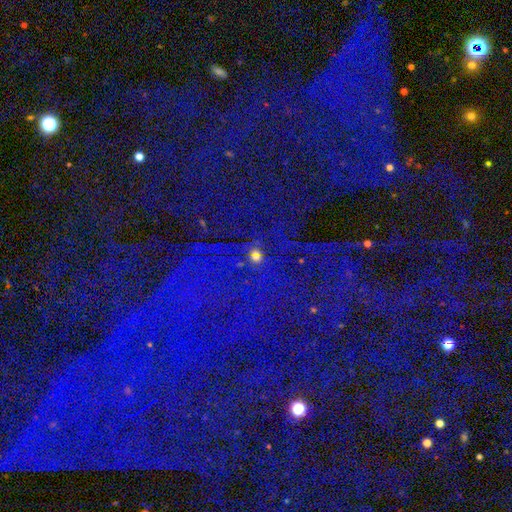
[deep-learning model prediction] The model was most divided on "smooth or featured": star or artifact: 48%, smooth: 43%, featured or disk: 9%.